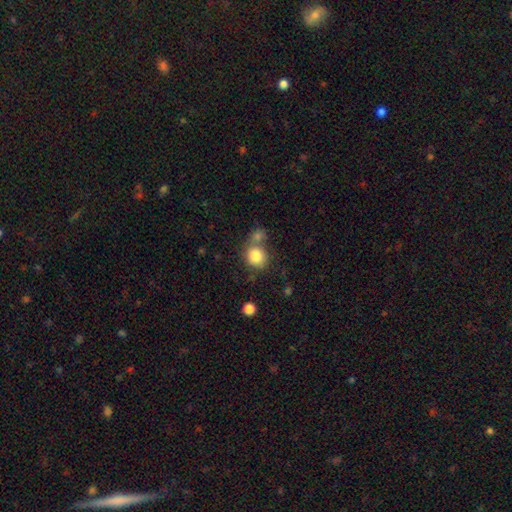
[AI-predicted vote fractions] smooth_or_featured: smooth (p=0.83) [alt: star or artifact p=0.09]
how_rounded: round (p=0.81) [alt: in between p=0.18]
merging: none (p=0.52) [alt: merger p=0.31]